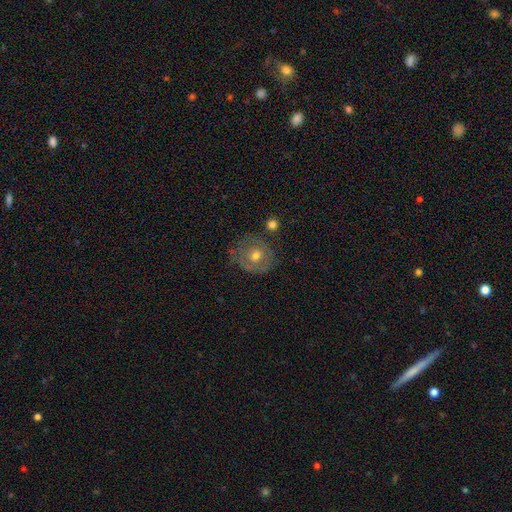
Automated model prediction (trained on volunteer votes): This appears to be a featured or disk galaxy (51%). Merging: none (67%).